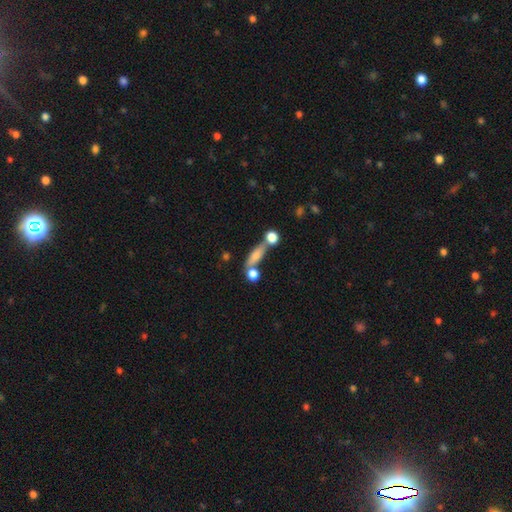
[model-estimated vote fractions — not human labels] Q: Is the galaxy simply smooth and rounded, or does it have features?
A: smooth — 68%.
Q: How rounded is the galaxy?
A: cigar-shaped — 50%.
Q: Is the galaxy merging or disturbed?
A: none — 56%.